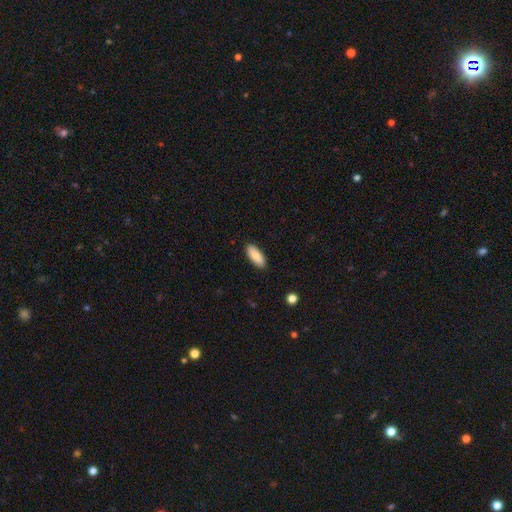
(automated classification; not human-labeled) A smooth galaxy with no disk features (86%) that is in between round and cigar-shaped (80%). Merging: none (89%).